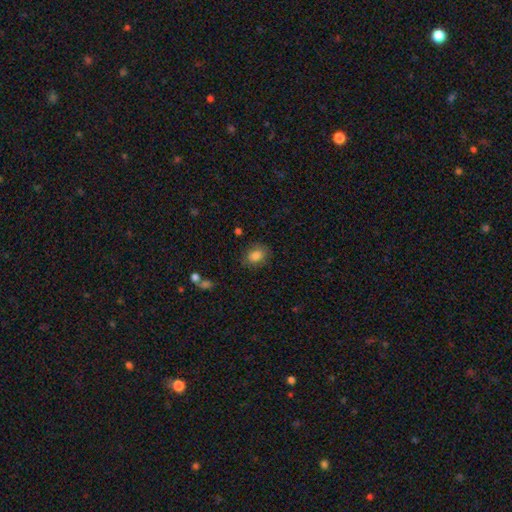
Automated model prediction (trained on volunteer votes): Morphology: type=smooth (84%); roundness=in between (62%); merging=none (80%).